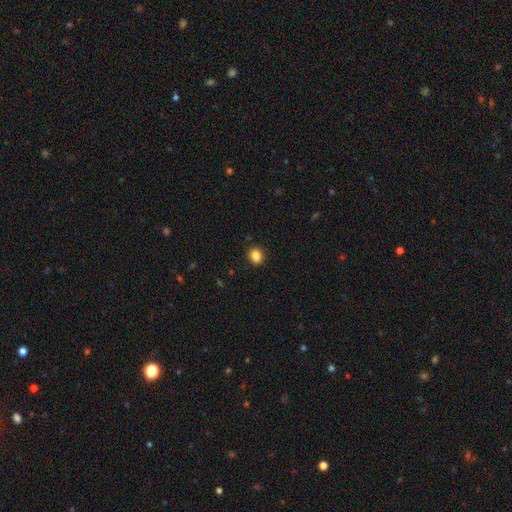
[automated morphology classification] Smooth or featured? smooth (86%)
How rounded? round (59%)
Merging? none (89%)